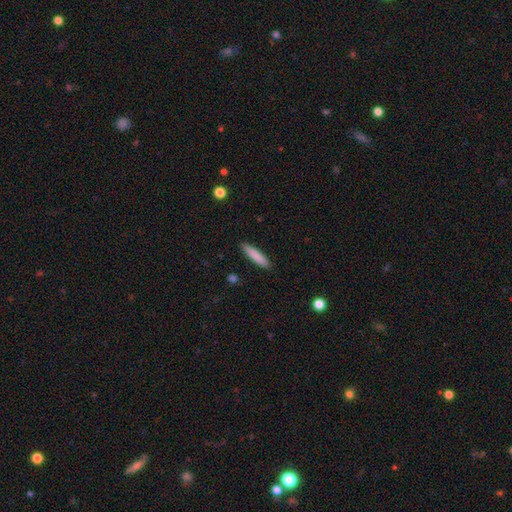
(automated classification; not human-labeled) Overall: smooth (84%). How rounded: cigar-shaped (86%). Merging: none (89%).